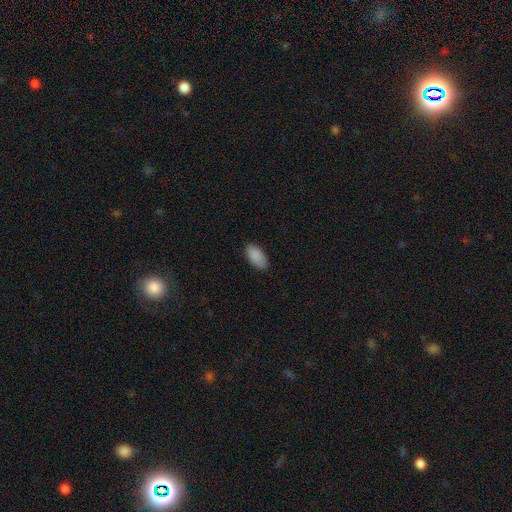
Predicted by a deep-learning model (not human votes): smooth-or-featured: smooth: 90% | star or artifact: 7% | featured or disk: 4%
  how-rounded: in between: 94% | cigar-shaped: 4% | round: 2%
  merging: none: 85% | minor disturbance: 12% | major disturbance: 2% | merger: 1%